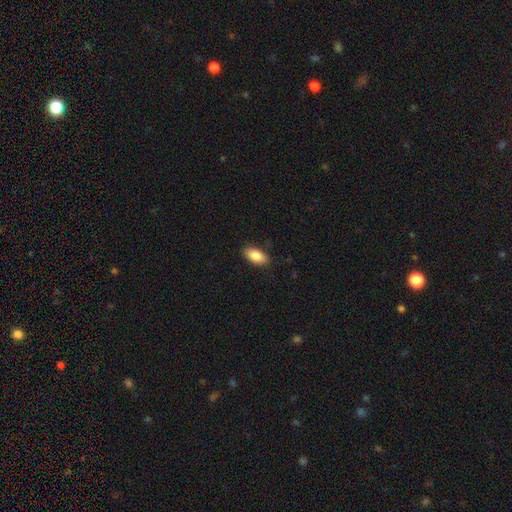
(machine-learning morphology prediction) Overall: smooth (87%). How rounded: in between (92%). Merging: none (87%).